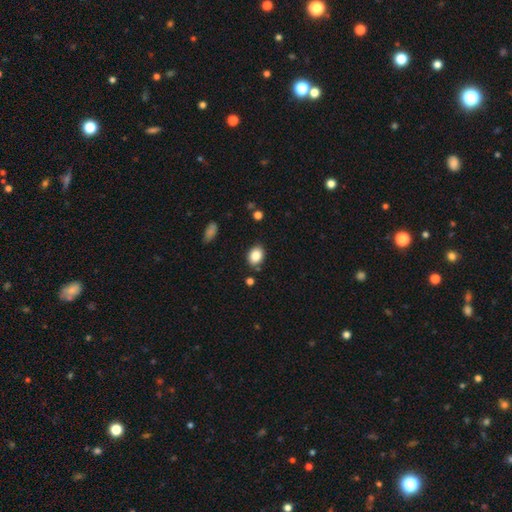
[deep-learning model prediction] Smooth or featured? Predicted: smooth (p=0.85). How rounded? Predicted: in between (p=0.70). Merging? Predicted: none (p=0.83).